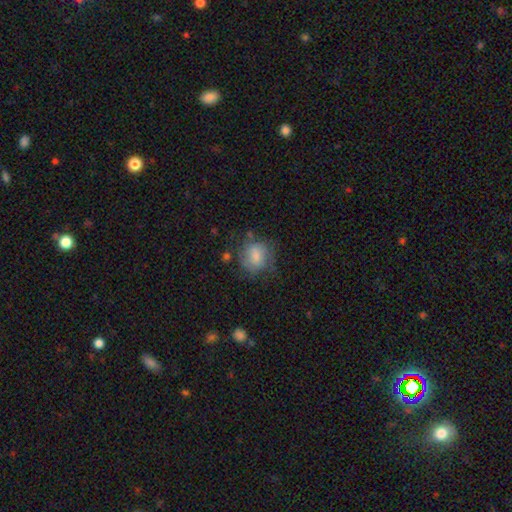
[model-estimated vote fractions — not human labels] A smooth galaxy with no disk features (65%) that is round (65%). Merging: none (55%).